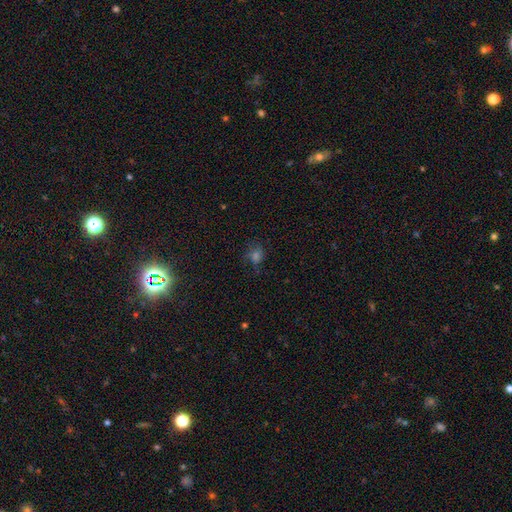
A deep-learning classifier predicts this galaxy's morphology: This appears to be a smooth galaxy with no disk features (43%). Merging: none (61%).